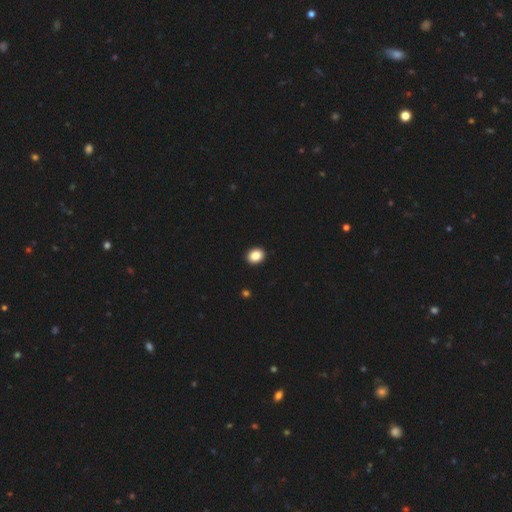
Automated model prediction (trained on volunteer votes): A smooth galaxy with no disk features (87%) that is in between round and cigar-shaped (51%).

Vote fractions:
- Smooth or featured? smooth: 87% / star or artifact: 9% / featured or disk: 4%
- How rounded? in between: 51% / round: 48% / cigar-shaped: 1%
- Merging? none: 92% / minor disturbance: 5% / major disturbance: 1% / merger: 1%